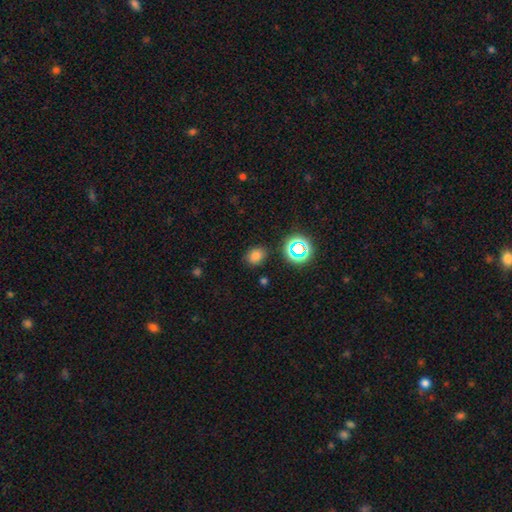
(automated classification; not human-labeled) The model was most divided on "how rounded": round: 53%, in between: 46%, cigar-shaped: 1%. More confident: merging — none (83%); smooth or featured — smooth (74%).